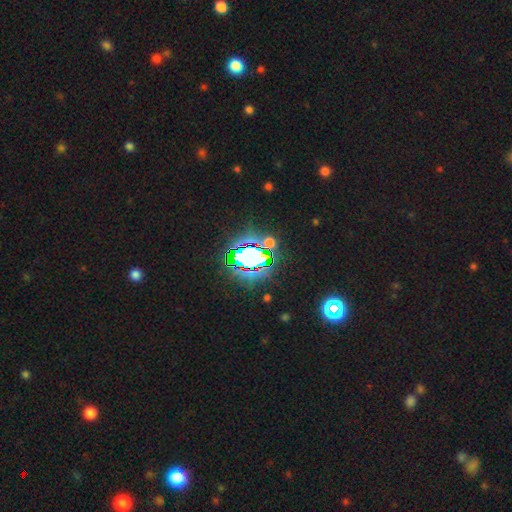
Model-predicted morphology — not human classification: Overall: star or artifact (81%).